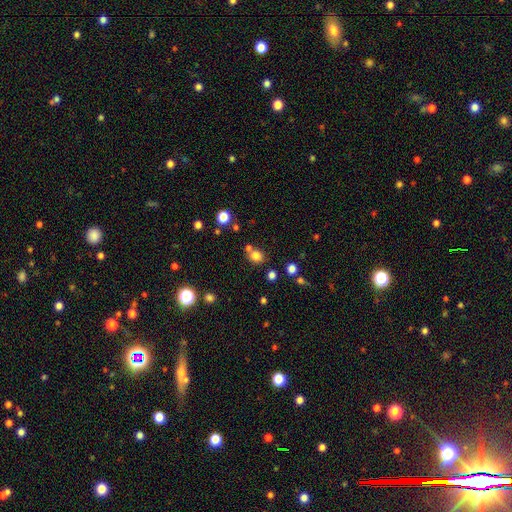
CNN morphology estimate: smooth-or-featured: smooth: 79% | star or artifact: 15% | featured or disk: 6%
  how-rounded: round: 73% | in between: 26% | cigar-shaped: 1%
  merging: none: 67% | merger: 19% | minor disturbance: 10% | major disturbance: 4%